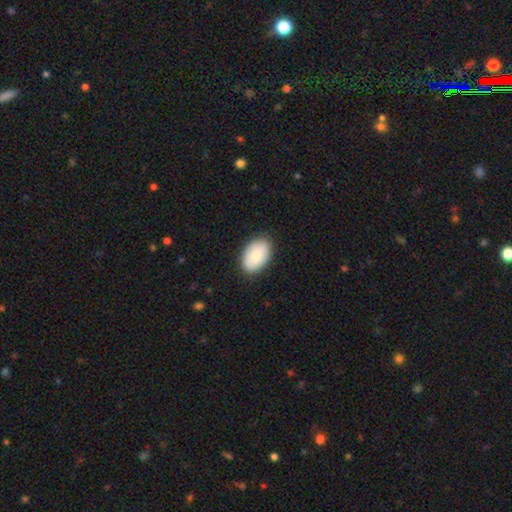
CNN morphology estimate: Smooth or featured?
  - smooth: 85% *
  - featured or disk: 10%
  - star or artifact: 6%
How rounded?
  - in between: 92% *
  - round: 7%
  - cigar-shaped: 1%
Merging?
  - none: 86% *
  - minor disturbance: 11%
  - major disturbance: 2%
  - merger: 1%